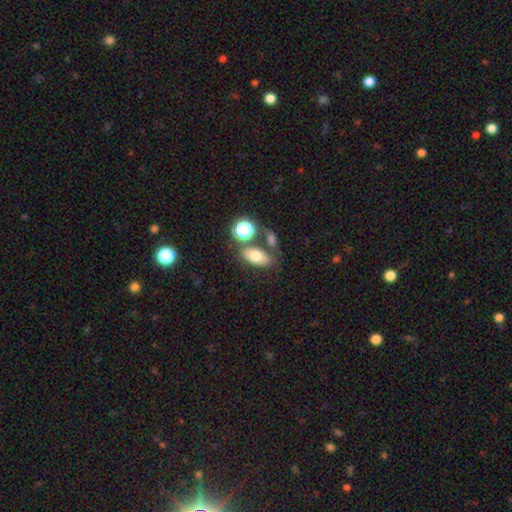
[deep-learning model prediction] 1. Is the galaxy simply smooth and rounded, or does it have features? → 71% smooth, 17% featured or disk, 12% star or artifact.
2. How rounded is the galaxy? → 85% in between, 12% round, 4% cigar-shaped.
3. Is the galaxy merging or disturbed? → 59% none, 20% merger, 14% minor disturbance, 6% major disturbance.